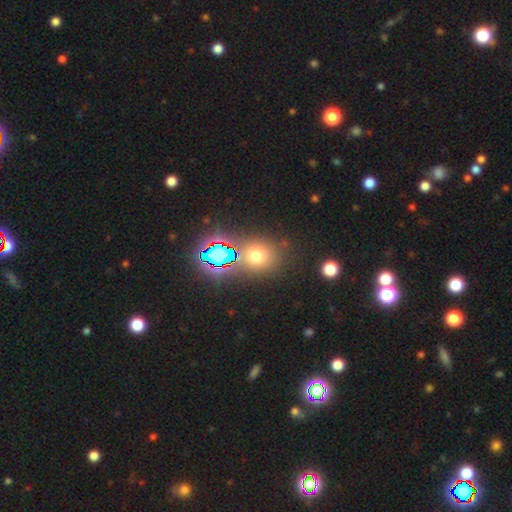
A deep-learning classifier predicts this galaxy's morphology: smooth 62%, star or artifact 29%, featured or disk 9%. Down the decision tree: how rounded — round (71%); merging — none (76%).